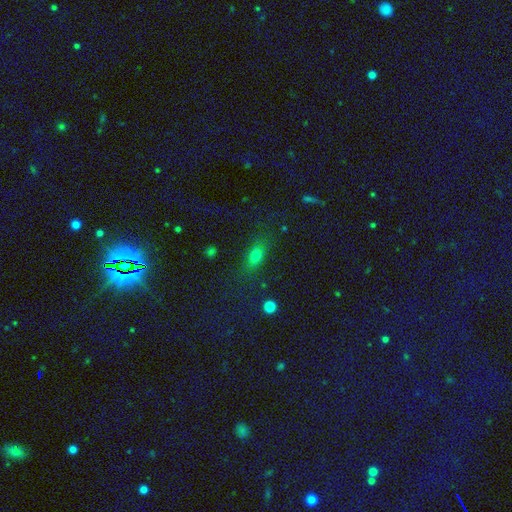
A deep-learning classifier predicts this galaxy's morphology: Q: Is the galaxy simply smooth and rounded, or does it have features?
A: smooth — 72%.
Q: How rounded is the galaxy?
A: in between — 66%.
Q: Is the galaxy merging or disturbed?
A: none — 75%.